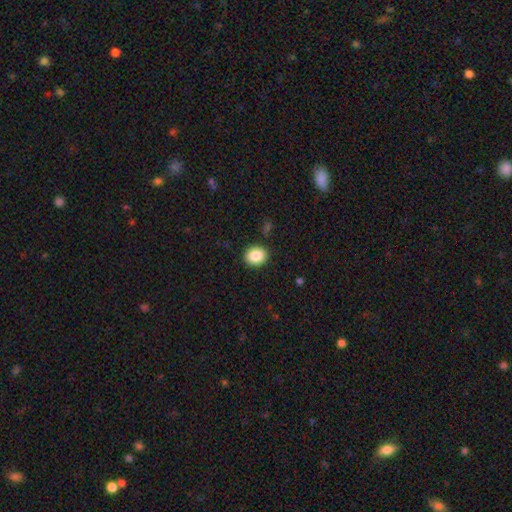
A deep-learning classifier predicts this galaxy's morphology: Smooth or featured: smooth — 86% (star or artifact — 9%)
How rounded: round — 70% (in between — 29%)
Merging: none — 91% (minor disturbance — 6%)